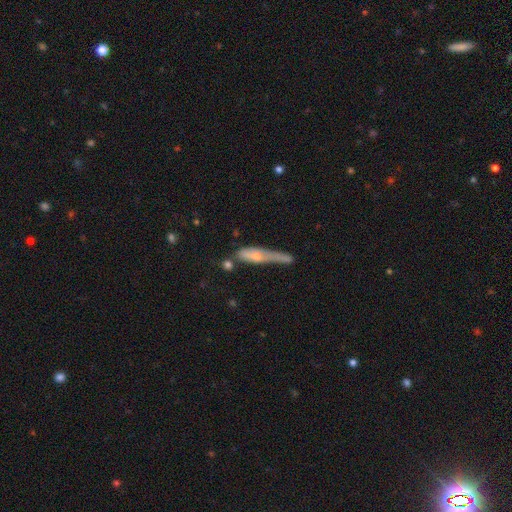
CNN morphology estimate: smooth-or-featured: smooth: 46% | featured or disk: 44% | star or artifact: 10%
  merging: none: 32% | minor disturbance: 25% | major disturbance: 23% | merger: 20%